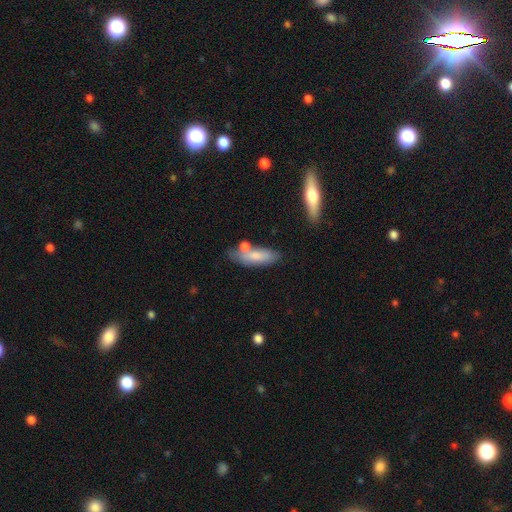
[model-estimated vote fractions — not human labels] Smooth or featured?
  - smooth: 72% *
  - featured or disk: 21%
  - star or artifact: 6%
How rounded?
  - in between: 60% *
  - cigar-shaped: 38%
  - round: 2%
Merging?
  - none: 55% *
  - merger: 20%
  - minor disturbance: 19%
  - major disturbance: 6%